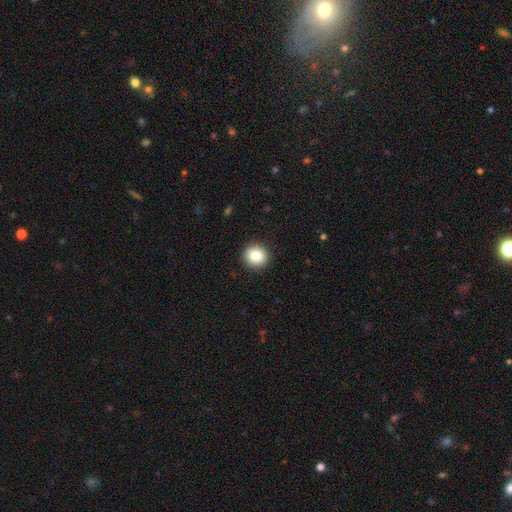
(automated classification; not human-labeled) smooth_or_featured: smooth (p=0.85) [alt: star or artifact p=0.09]
how_rounded: round (p=0.91) [alt: in between p=0.08]
merging: none (p=0.92) [alt: minor disturbance p=0.05]